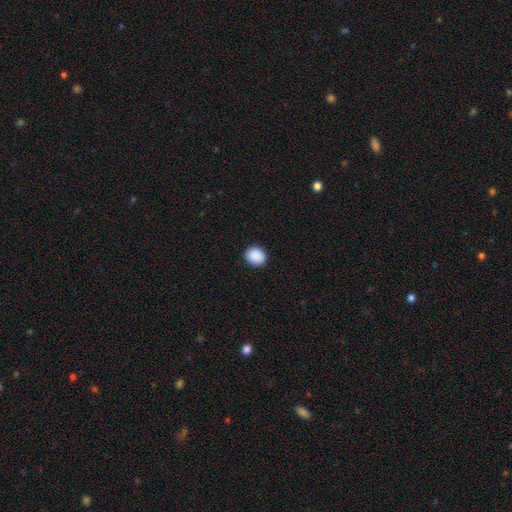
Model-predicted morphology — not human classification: Q: Smooth or featured?
A: smooth (90%); runner-up: star or artifact (7%)
Q: How rounded?
A: round (68%); runner-up: in between (31%)
Q: Merging?
A: none (91%); runner-up: minor disturbance (6%)